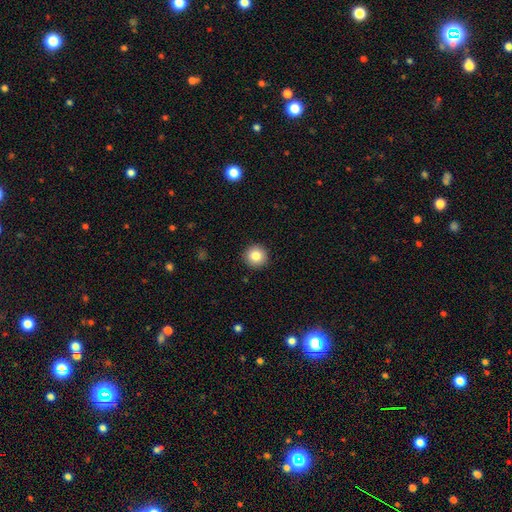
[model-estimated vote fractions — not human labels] Smooth or featured?
  - smooth: 84% *
  - star or artifact: 9%
  - featured or disk: 7%
How rounded?
  - round: 95% *
  - in between: 4%
  - cigar-shaped: 1%
Merging?
  - none: 92% *
  - minor disturbance: 5%
  - major disturbance: 2%
  - merger: 1%